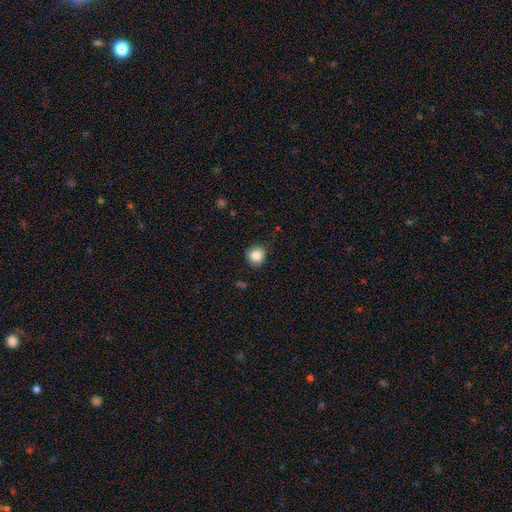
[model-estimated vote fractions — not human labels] Q: Smooth or featured?
A: smooth (85%); runner-up: star or artifact (10%)
Q: How rounded?
A: round (92%); runner-up: in between (7%)
Q: Merging?
A: none (85%); runner-up: minor disturbance (12%)